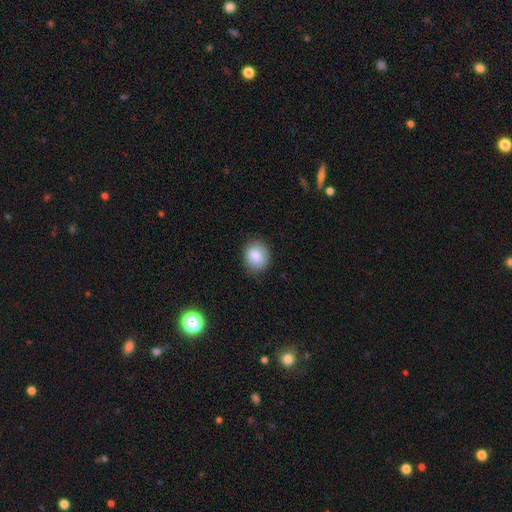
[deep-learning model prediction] Smooth or featured?
  - smooth: 83% *
  - featured or disk: 10%
  - star or artifact: 8%
How rounded?
  - round: 58% *
  - in between: 41%
  - cigar-shaped: 1%
Merging?
  - none: 79% *
  - minor disturbance: 16%
  - major disturbance: 4%
  - merger: 1%